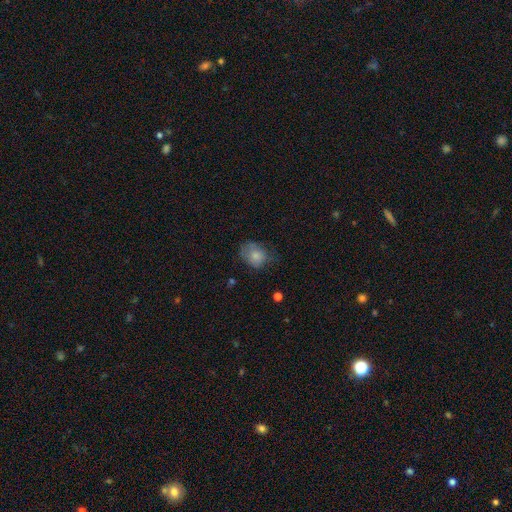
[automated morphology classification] A smooth galaxy with no disk features (78%) that is in between round and cigar-shaped (51%). Merging: none (54%).